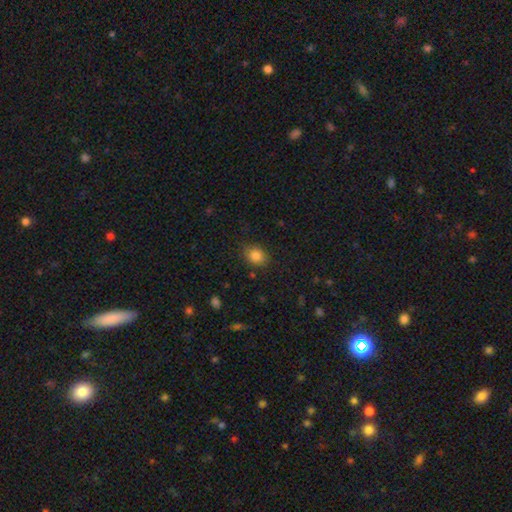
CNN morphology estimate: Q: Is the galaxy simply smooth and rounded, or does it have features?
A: smooth — 83%.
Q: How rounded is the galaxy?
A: in between — 62%.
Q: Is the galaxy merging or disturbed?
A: none — 81%.